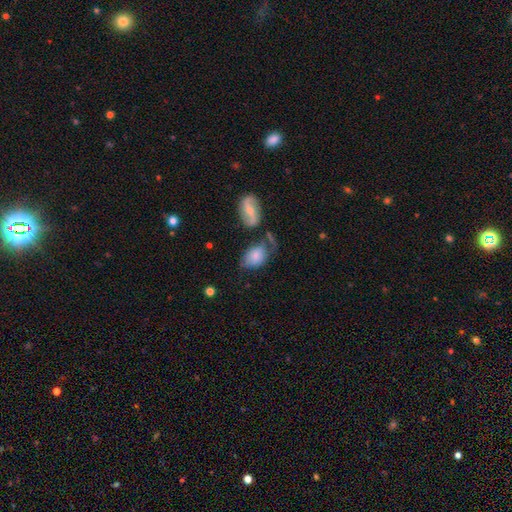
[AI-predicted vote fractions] A smooth galaxy with no disk features (70%) that is in between round and cigar-shaped (84%). Merging: none (40%).